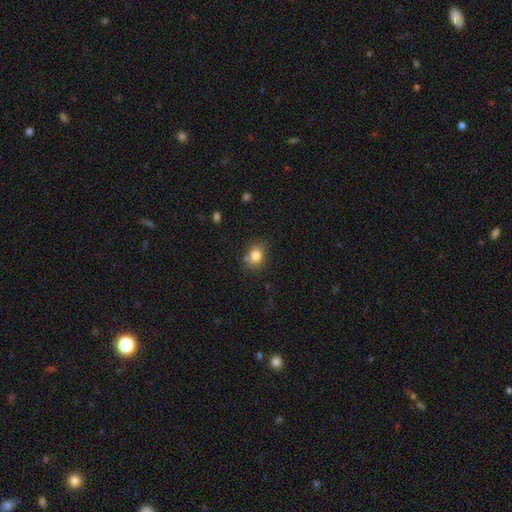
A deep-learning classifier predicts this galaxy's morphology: smooth-or-featured: smooth: 81% | star or artifact: 11% | featured or disk: 8%
  how-rounded: round: 51% | in between: 48% | cigar-shaped: 1%
  merging: none: 69% | minor disturbance: 17% | merger: 9% | major disturbance: 4%